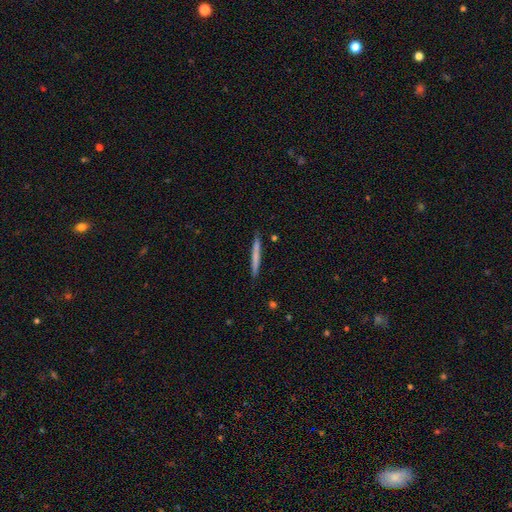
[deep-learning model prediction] The model was most divided on "smooth or featured": smooth: 66%, featured or disk: 29%, star or artifact: 5%. More confident: how rounded — cigar-shaped (97%); merging — none (90%).